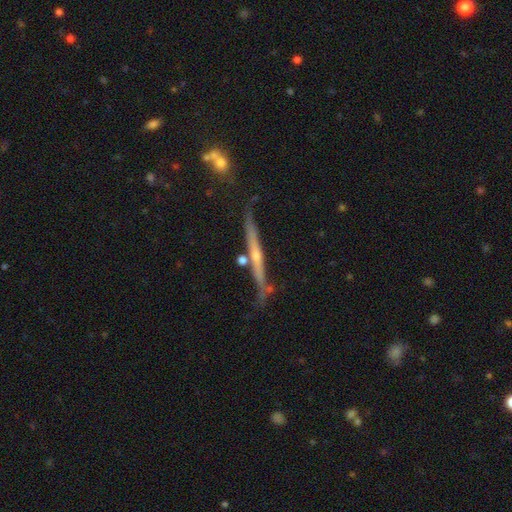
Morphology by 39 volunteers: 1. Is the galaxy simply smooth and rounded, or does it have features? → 74% featured or disk, 21% smooth, 5% star or artifact.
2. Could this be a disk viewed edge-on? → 97% yes, 3% no.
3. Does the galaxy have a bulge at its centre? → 54% rounded, 43% none, 4% boxy.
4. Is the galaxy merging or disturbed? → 73% none, 14% minor disturbance, 8% merger, 5% major disturbance.